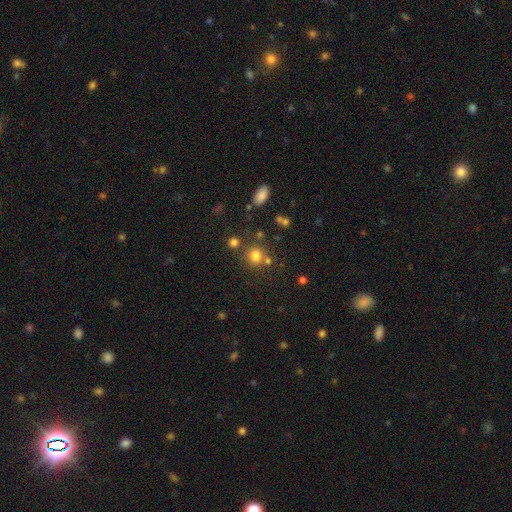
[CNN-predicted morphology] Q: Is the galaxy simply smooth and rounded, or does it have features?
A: smooth — 76%.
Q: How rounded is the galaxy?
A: round — 86%.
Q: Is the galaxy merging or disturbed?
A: none — 70%.